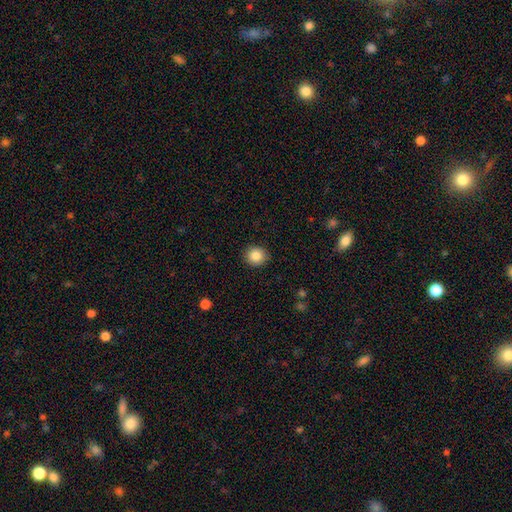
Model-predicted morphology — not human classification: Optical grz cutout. It shows a smooth galaxy with no disk features (86%) that is round (87%). Merging: none (91%).